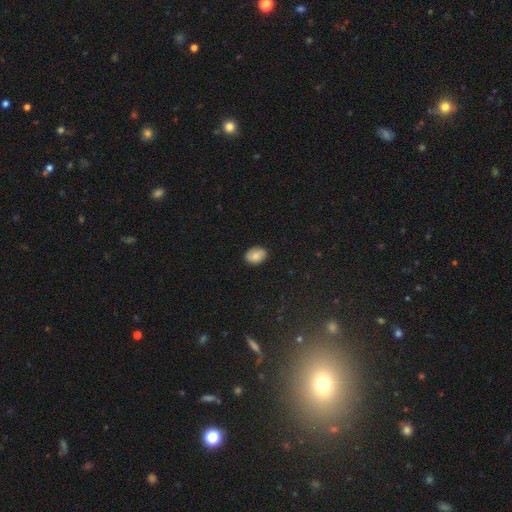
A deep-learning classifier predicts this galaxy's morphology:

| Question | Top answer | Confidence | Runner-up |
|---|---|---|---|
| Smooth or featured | smooth | 75% | featured or disk (17%) |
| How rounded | in between | 72% | round (27%) |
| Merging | none | 85% | minor disturbance (12%) |